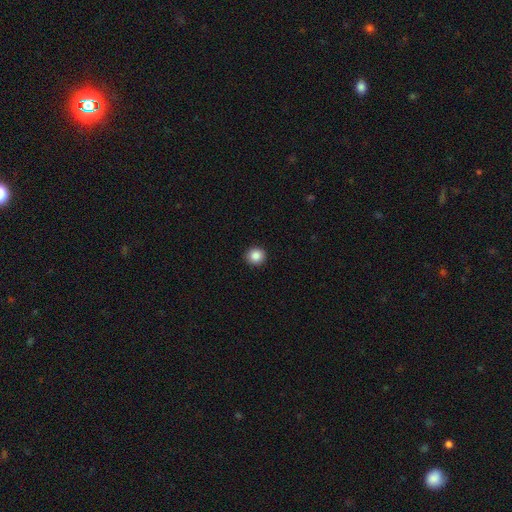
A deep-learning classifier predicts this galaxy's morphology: smooth-or-featured: smooth: 87% | star or artifact: 9% | featured or disk: 3%
  how-rounded: round: 93% | in between: 6% | cigar-shaped: 1%
  merging: none: 92% | minor disturbance: 5% | major disturbance: 2% | merger: 1%